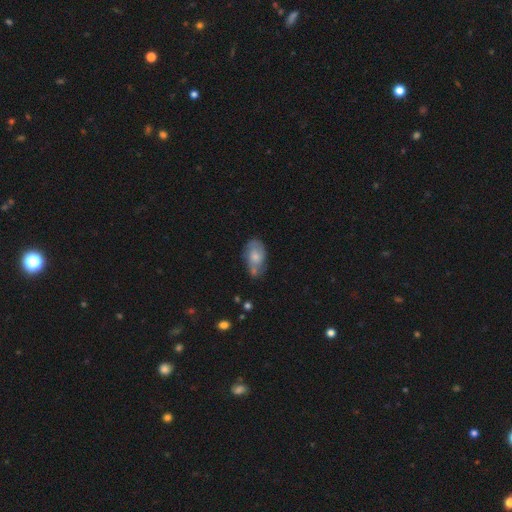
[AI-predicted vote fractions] This is possibly a featured or disk galaxy (46%, tied with smooth). Merging: possibly none (50%).